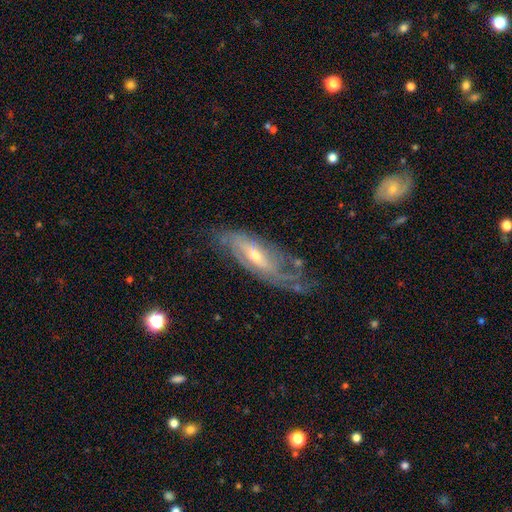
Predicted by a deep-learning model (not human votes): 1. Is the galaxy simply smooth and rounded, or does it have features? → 81% featured or disk, 12% smooth, 7% star or artifact.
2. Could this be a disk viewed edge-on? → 81% no, 19% yes.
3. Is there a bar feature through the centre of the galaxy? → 43% weak, 38% no, 19% strong.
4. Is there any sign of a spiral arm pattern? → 89% yes, 11% no.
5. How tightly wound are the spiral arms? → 39% tight (tied), 39% medium (tied), 22% loose.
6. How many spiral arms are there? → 40% 2, 38% can't tell, 9% 3, 7% 1, 4% 4, 3% more than 4.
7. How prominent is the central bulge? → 48% small, 47% moderate, 2% large, 1% none, 1% dominant.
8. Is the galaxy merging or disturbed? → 55% none, 26% minor disturbance, 17% major disturbance, 3% merger.